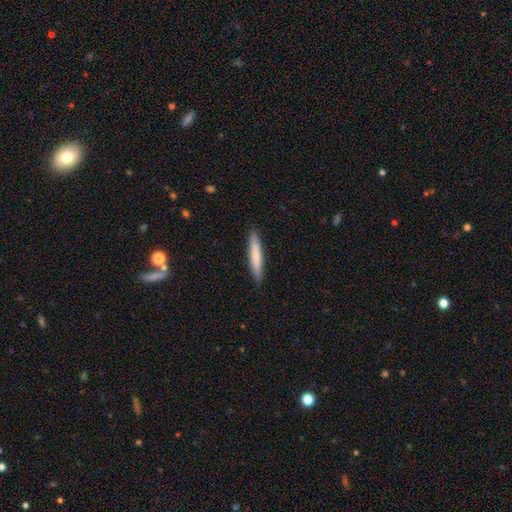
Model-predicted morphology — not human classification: Smooth or featured? smooth (75%)
How rounded? cigar-shaped (92%)
Merging? none (90%)